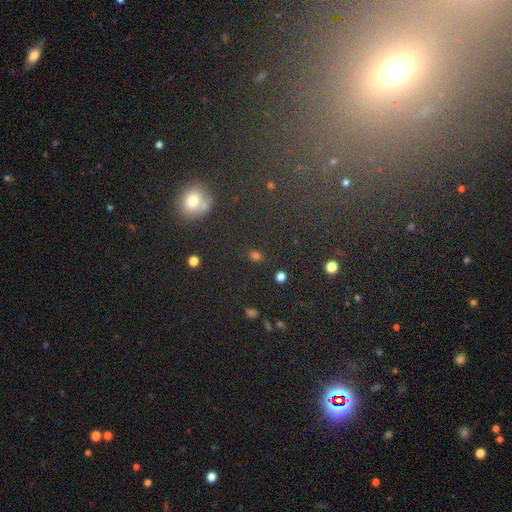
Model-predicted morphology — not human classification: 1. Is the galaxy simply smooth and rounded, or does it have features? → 47% smooth, 43% star or artifact, 11% featured or disk.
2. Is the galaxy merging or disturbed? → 83% none, 8% minor disturbance, 5% merger, 4% major disturbance.